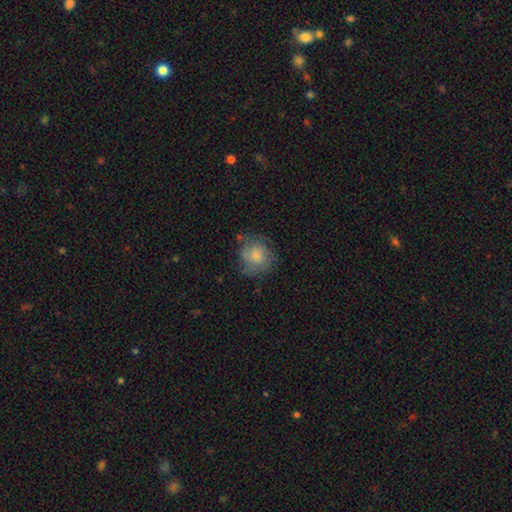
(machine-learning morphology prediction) smooth-or-featured: smooth: 63% | featured or disk: 29% | star or artifact: 8%
  how-rounded: round: 85% | in between: 14% | cigar-shaped: 1%
  merging: none: 65% | minor disturbance: 23% | major disturbance: 10% | merger: 2%